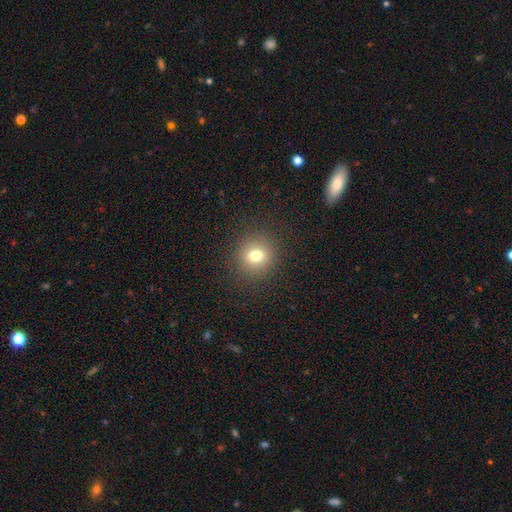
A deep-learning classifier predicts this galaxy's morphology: Q: Smooth or featured?
A: smooth (76%); runner-up: star or artifact (14%)
Q: How rounded?
A: round (89%); runner-up: in between (10%)
Q: Merging?
A: none (90%); runner-up: minor disturbance (6%)